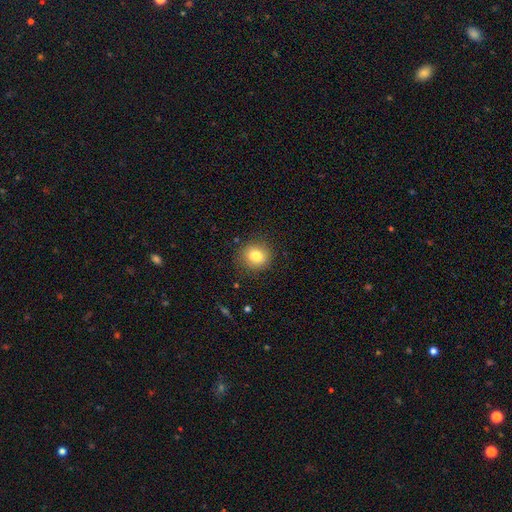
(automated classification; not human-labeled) Q: Smooth or featured?
A: smooth (81%); runner-up: star or artifact (11%)
Q: How rounded?
A: round (86%); runner-up: in between (13%)
Q: Merging?
A: none (87%); runner-up: minor disturbance (9%)